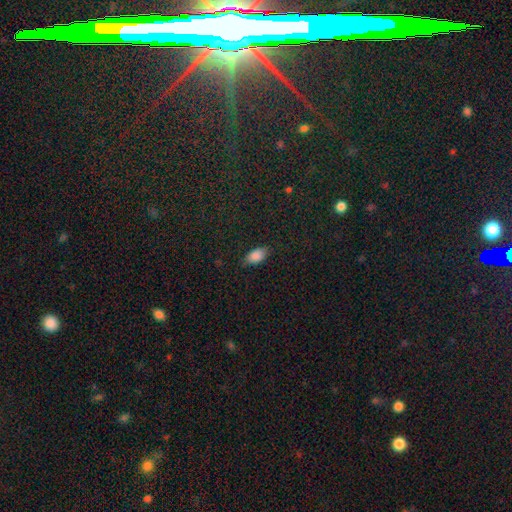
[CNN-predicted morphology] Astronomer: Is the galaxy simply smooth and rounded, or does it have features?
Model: smooth — 85%.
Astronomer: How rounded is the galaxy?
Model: in between — 92%.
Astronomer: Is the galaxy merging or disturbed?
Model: none — 81%.